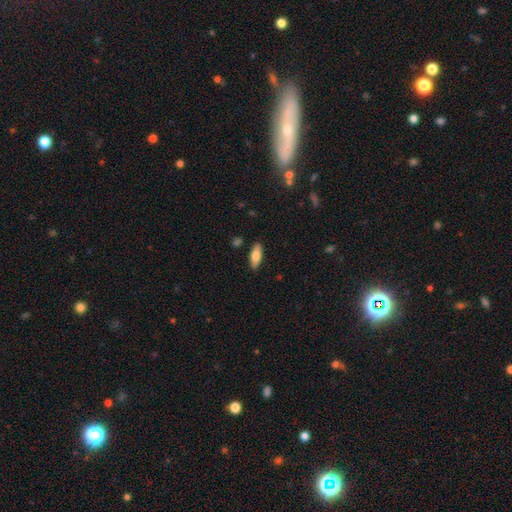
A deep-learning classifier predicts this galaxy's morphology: This is likely a smooth galaxy (76%). How rounded: likely in between (70%). Merging: clearly none (87%).